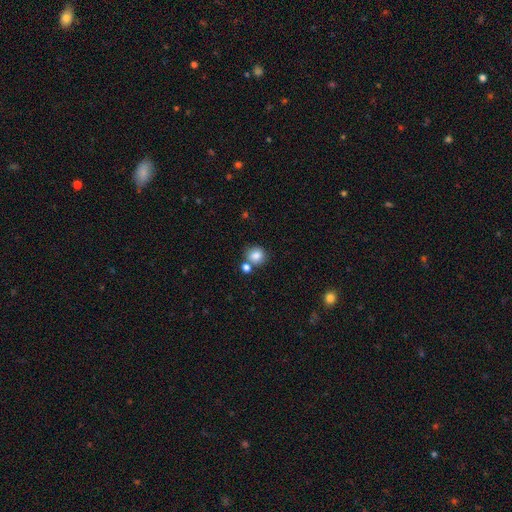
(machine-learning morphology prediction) smooth 84%, star or artifact 10%, featured or disk 6%. Down the decision tree: how rounded — round (88%); merging — none (66%).